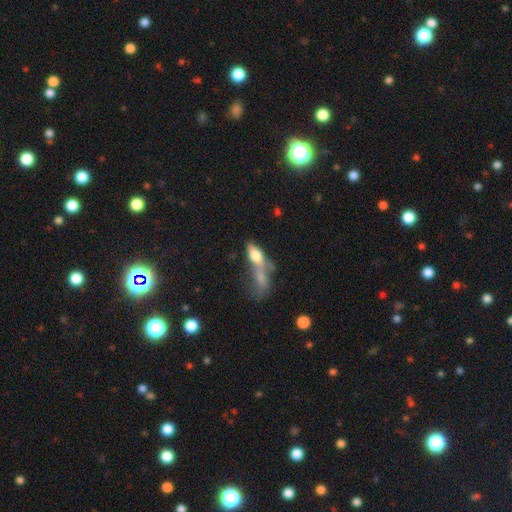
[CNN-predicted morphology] Overall: smooth (63%; featured or disk 27%). How rounded: in between (69%). Merging: merger (60%).